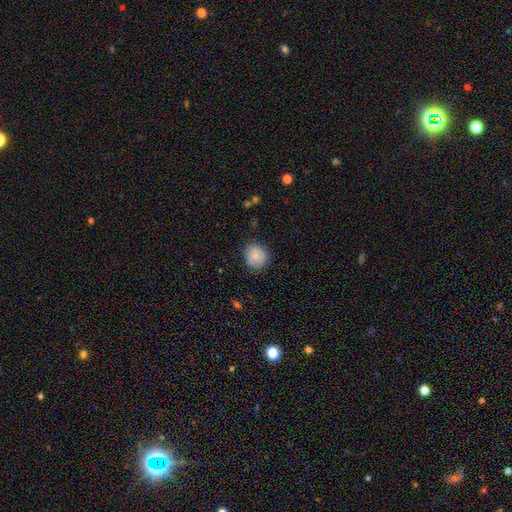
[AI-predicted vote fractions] Smooth or featured? smooth (86%)
How rounded? round (87%)
Merging? none (85%)